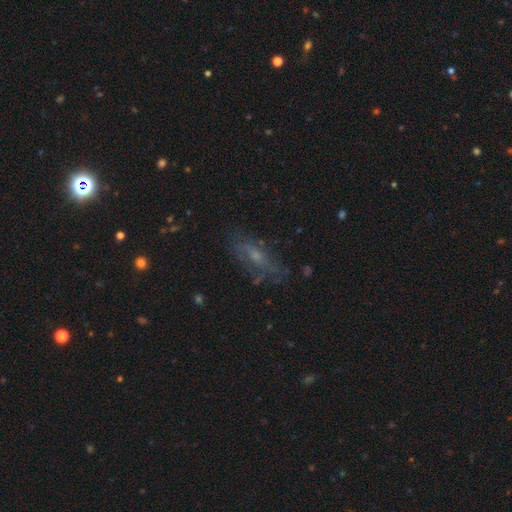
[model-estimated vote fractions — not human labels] A featured or disk galaxy (47%).

Vote fractions:
- Smooth or featured? featured or disk: 47% / smooth: 35% / star or artifact: 18%
- Merging? none: 69% / minor disturbance: 19% / major disturbance: 10% / merger: 2%